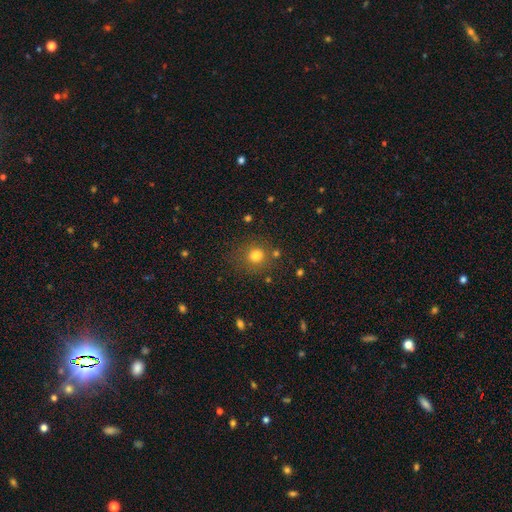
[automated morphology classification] Q: Smooth or featured?
A: smooth (79%); runner-up: star or artifact (14%)
Q: How rounded?
A: round (79%); runner-up: in between (20%)
Q: Merging?
A: none (76%); runner-up: minor disturbance (13%)